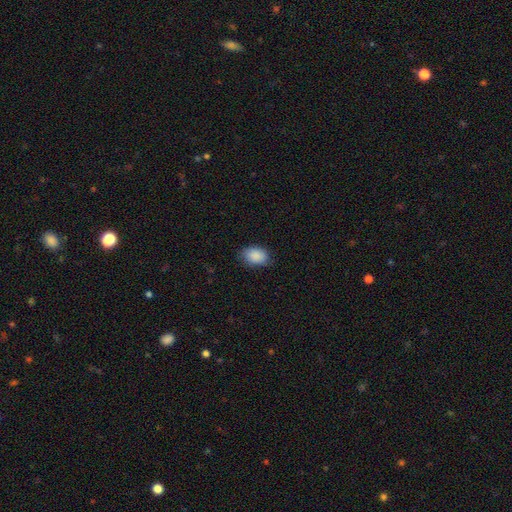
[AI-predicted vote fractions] A smooth galaxy with no disk features (89%) that is in between round and cigar-shaped (83%). Merging: none (78%).